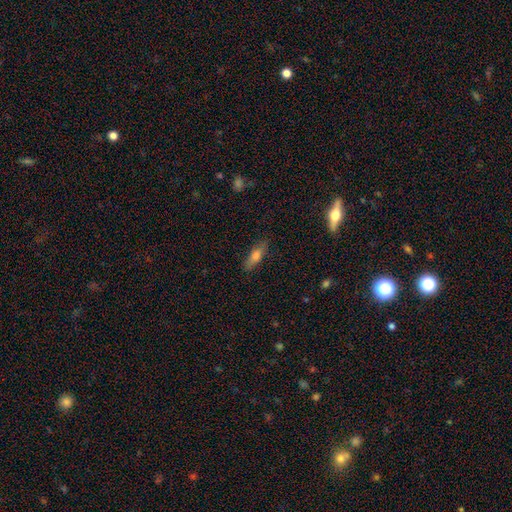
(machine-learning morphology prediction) smooth 61%, featured or disk 30%, star or artifact 8%. Down the decision tree: how rounded — cigar-shaped (54%); merging — none (84%).